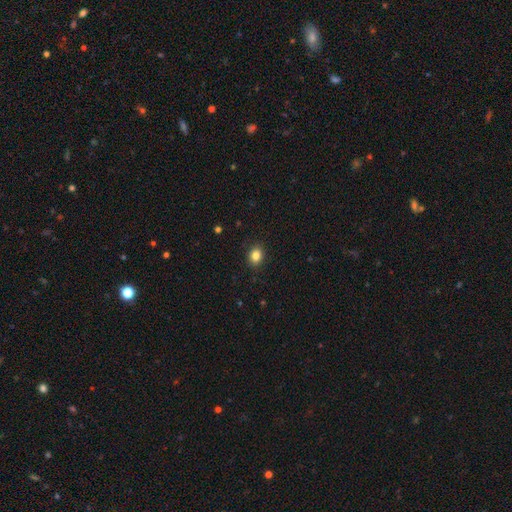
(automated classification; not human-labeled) Smooth or featured: smooth — 84% (star or artifact — 11%)
How rounded: round — 51% (in between — 48%)
Merging: none — 90% (minor disturbance — 7%)